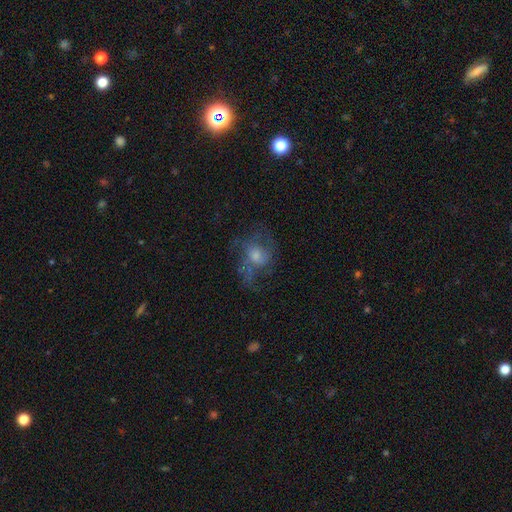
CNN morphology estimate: This is possibly a featured or disk galaxy (55%). It is clearly not viewed edge-on (96%). Bar: likely no (76%). Spiral arm pattern: likely yes (64%). Central bulge: possibly moderate (48%). Merging: possibly none (49%).